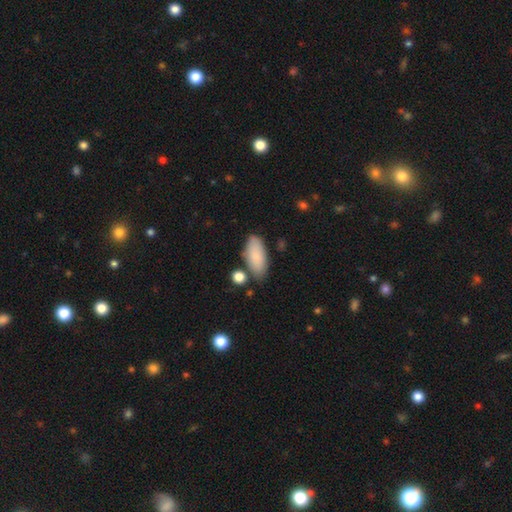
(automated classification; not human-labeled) Smooth or featured?
  - smooth: 86% *
  - featured or disk: 8%
  - star or artifact: 6%
How rounded?
  - in between: 87% *
  - cigar-shaped: 10%
  - round: 2%
Merging?
  - none: 74% *
  - minor disturbance: 16%
  - merger: 6%
  - major disturbance: 4%